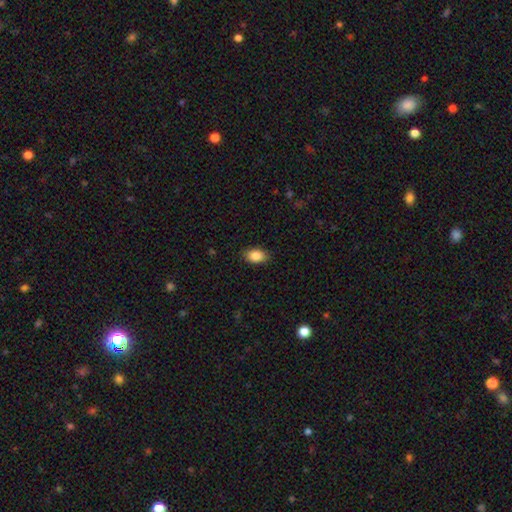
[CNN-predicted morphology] Smooth or featured? smooth (87%)
How rounded? in between (87%)
Merging? none (87%)